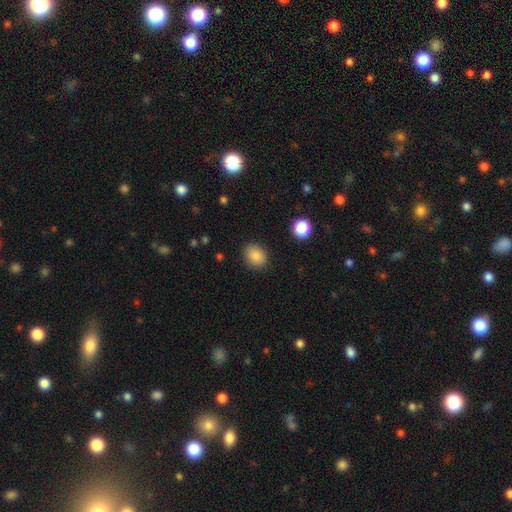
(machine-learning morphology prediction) smooth 86%, star or artifact 9%, featured or disk 5%. Down the decision tree: how rounded — round (54%); merging — none (86%).